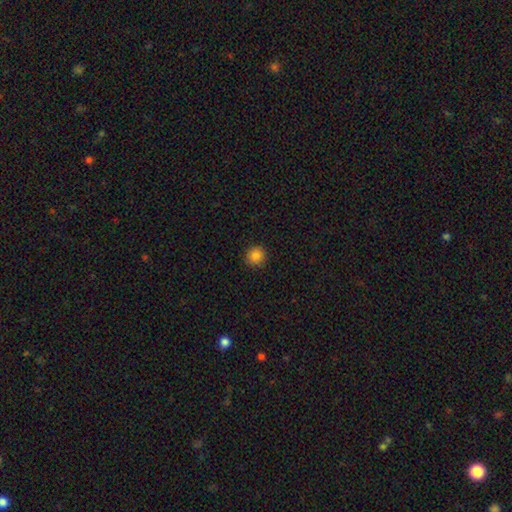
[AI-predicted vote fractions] A smooth galaxy with no disk features (85%) that is round (93%).

Vote fractions:
- Smooth or featured? smooth: 85% / star or artifact: 11% / featured or disk: 4%
- How rounded? round: 93% / in between: 6% / cigar-shaped: 1%
- Merging? none: 92% / minor disturbance: 5% / major disturbance: 2% / merger: 1%